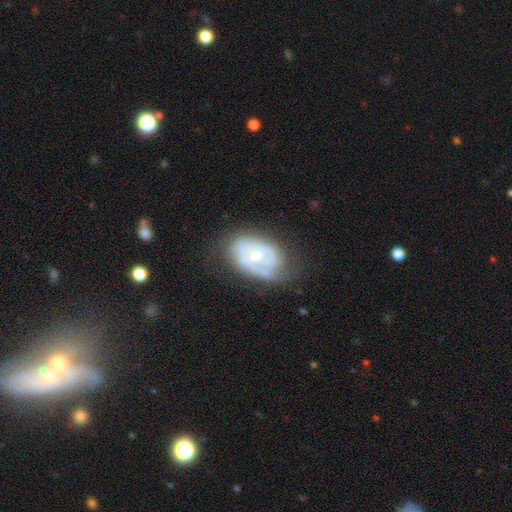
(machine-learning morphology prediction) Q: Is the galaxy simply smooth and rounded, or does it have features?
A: featured or disk — 76%.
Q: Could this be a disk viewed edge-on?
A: no — 96%.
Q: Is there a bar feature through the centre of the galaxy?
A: no — 62%.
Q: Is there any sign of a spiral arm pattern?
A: yes — 77%.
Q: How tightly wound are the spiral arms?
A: tight — 55%.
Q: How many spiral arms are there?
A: can't tell — 38%, tied with 2.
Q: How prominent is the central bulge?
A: moderate — 53%.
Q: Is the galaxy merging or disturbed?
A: none — 57%.